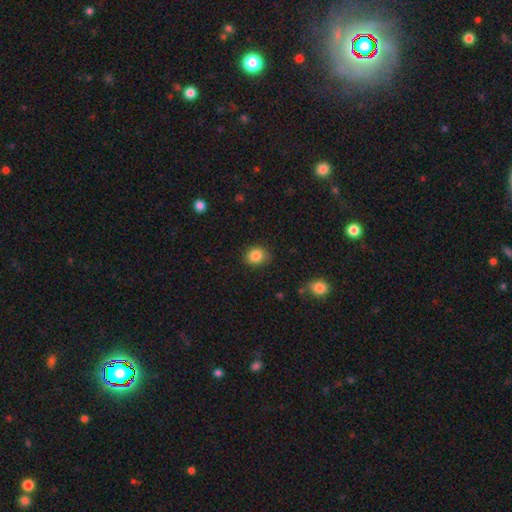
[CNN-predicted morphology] Smooth or featured? smooth (85%)
How rounded? round (63%)
Merging? none (83%)